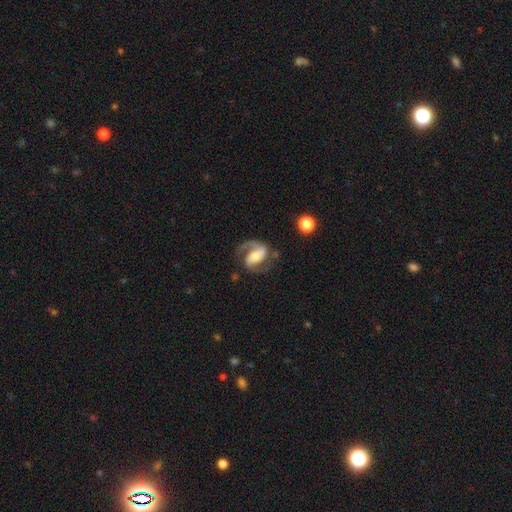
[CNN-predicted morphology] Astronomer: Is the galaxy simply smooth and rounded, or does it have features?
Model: featured or disk — 86%.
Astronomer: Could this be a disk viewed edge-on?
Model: no — 97%.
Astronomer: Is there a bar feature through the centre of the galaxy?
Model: strong — 41% (runner-up: weak, 35%).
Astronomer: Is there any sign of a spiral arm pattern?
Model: yes — 96%.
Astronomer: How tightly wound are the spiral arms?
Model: medium — 56%.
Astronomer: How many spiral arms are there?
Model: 2 — 83%.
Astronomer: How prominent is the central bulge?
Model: moderate — 49% (runner-up: small, 29%).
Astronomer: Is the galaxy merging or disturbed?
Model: none — 67%.